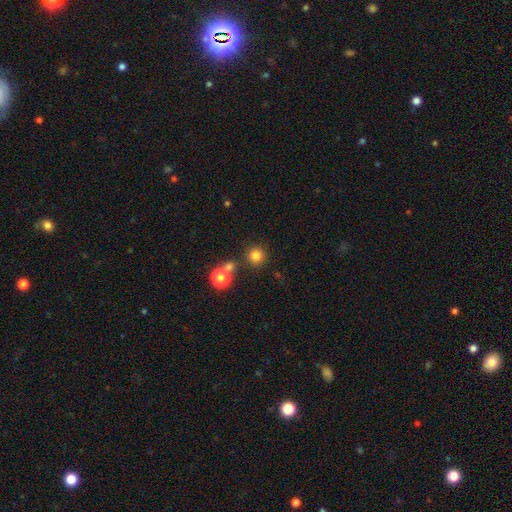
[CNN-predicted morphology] A smooth galaxy with no disk features (79%) that is round (94%). Merging: none (81%).